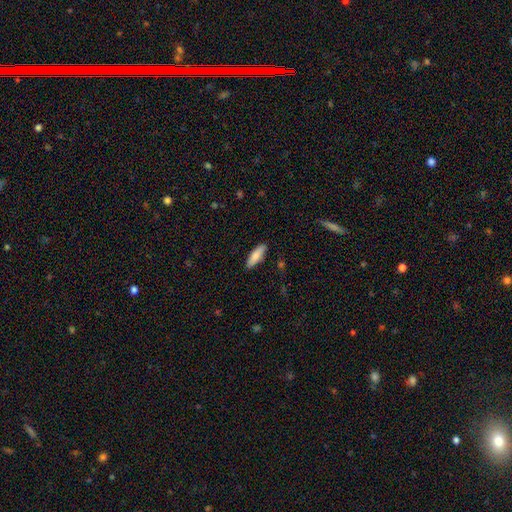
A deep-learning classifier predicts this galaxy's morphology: Smooth or featured?
  - smooth: 80% *
  - featured or disk: 14%
  - star or artifact: 6%
How rounded?
  - in between: 50% *
  - cigar-shaped: 49%
  - round: 2%
Merging?
  - none: 88% *
  - minor disturbance: 9%
  - major disturbance: 2%
  - merger: 1%